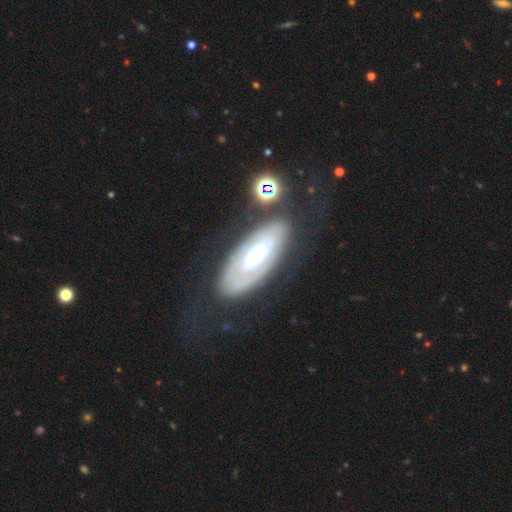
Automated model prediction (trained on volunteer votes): smooth-or-featured: featured or disk: 71% | smooth: 22% | star or artifact: 7%
  disk-edge-on: no: 87% | yes: 13%
    bar: no: 65% | weak: 24% | strong: 10%
    has-spiral-arms: yes: 73% | no: 27%
    bulge-size: moderate: 39% | large: 26% | small: 24% | none: 7% | dominant: 5%
  merging: none: 64% | minor disturbance: 19% | major disturbance: 12% | merger: 4%